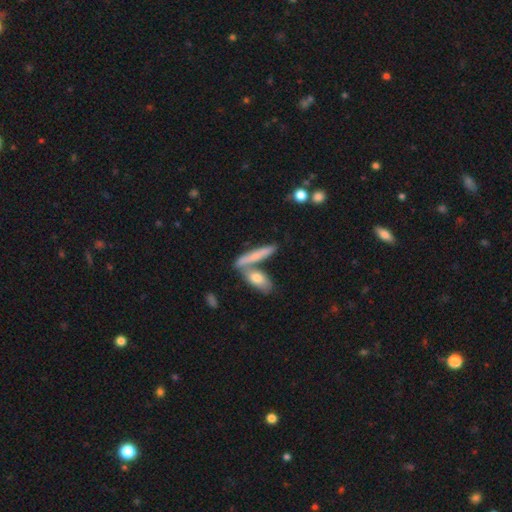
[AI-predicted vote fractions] Smooth or featured? smooth (64%)
How rounded? cigar-shaped (77%)
Merging? none (54%)